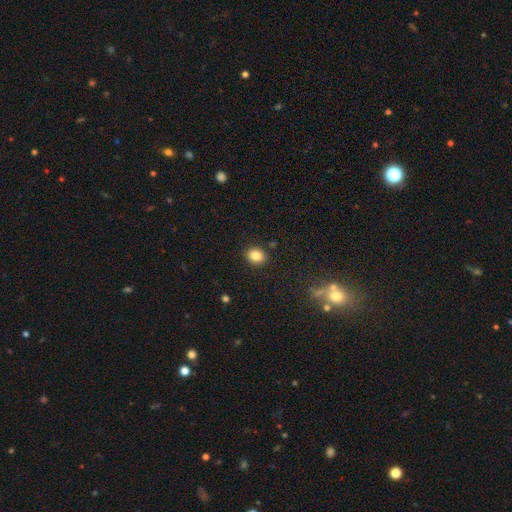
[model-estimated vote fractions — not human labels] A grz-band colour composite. It shows a smooth galaxy with no disk features (84%) that is round (53%). Merging: none (88%).